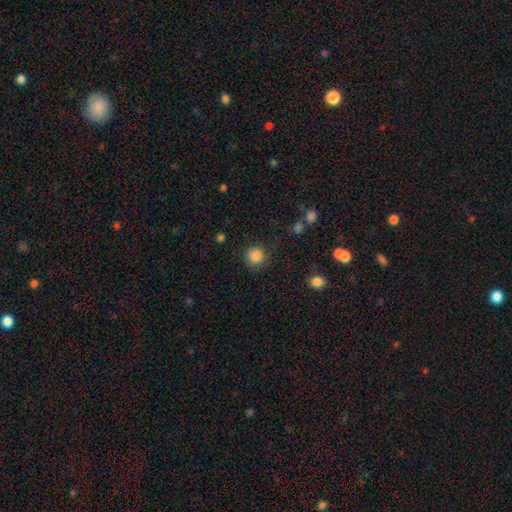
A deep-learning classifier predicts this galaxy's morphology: Q: Smooth or featured?
A: smooth (86%); runner-up: star or artifact (10%)
Q: How rounded?
A: round (91%); runner-up: in between (8%)
Q: Merging?
A: none (82%); runner-up: minor disturbance (12%)